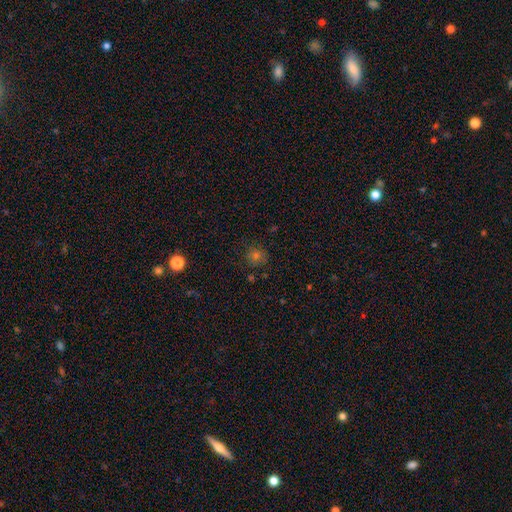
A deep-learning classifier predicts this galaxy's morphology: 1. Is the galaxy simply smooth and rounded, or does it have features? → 65% smooth, 25% star or artifact, 10% featured or disk.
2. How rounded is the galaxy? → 91% round, 8% in between, 1% cigar-shaped.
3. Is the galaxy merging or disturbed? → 82% none, 12% minor disturbance, 4% major disturbance, 2% merger.